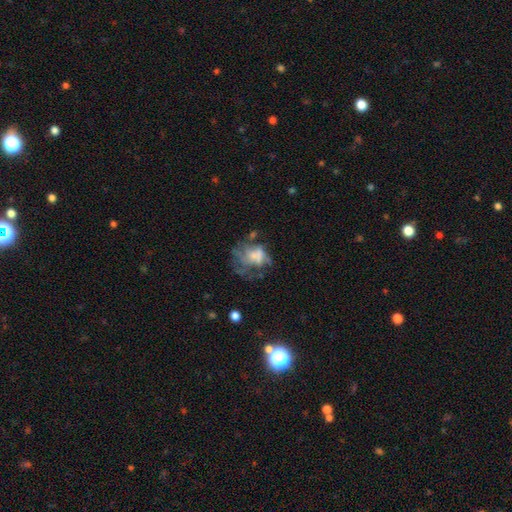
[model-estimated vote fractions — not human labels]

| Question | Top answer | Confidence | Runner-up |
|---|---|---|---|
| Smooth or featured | featured or disk | 55% | smooth (32%) |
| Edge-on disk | no | 98% | yes (2%) |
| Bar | no | 83% | weak (14%) |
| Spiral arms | no | 75% | yes (25%) |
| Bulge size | none | 51% | moderate (20%) |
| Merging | major disturbance | 38% | none (35%) |